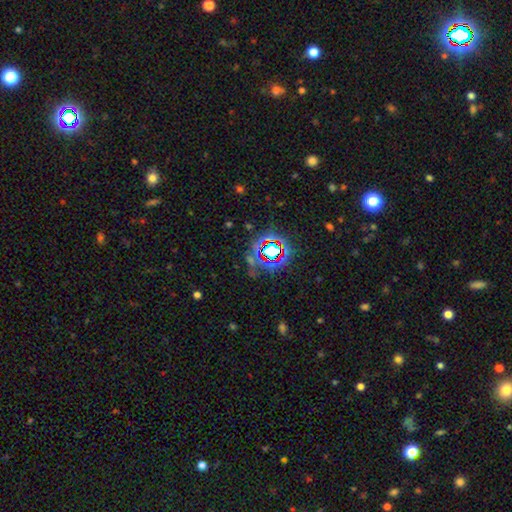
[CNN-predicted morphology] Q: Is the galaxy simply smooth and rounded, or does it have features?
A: star or artifact — 75%.